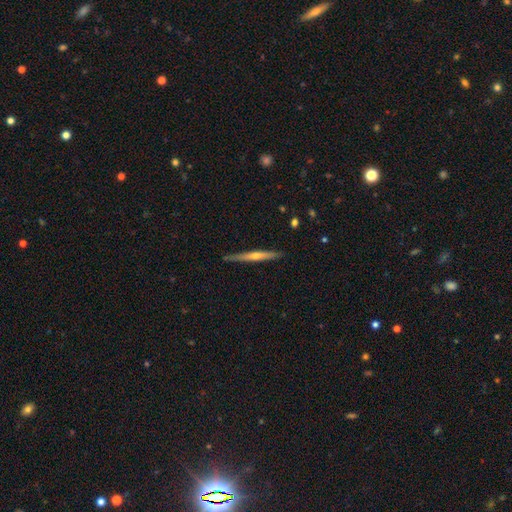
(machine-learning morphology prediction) Q: Smooth or featured?
A: featured or disk (68%); runner-up: smooth (26%)
Q: Edge-on disk?
A: yes (98%); runner-up: no (2%)
Q: Edge-on bulge?
A: rounded (73%); runner-up: none (23%)
Q: Merging?
A: none (89%); runner-up: minor disturbance (8%)